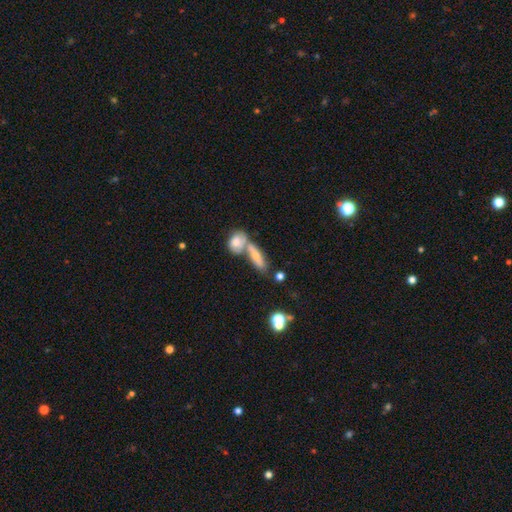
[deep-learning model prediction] Smooth or featured? Predicted: smooth (p=0.61). How rounded? Predicted: in between (p=0.56). Merging? Predicted: merger (p=0.46).